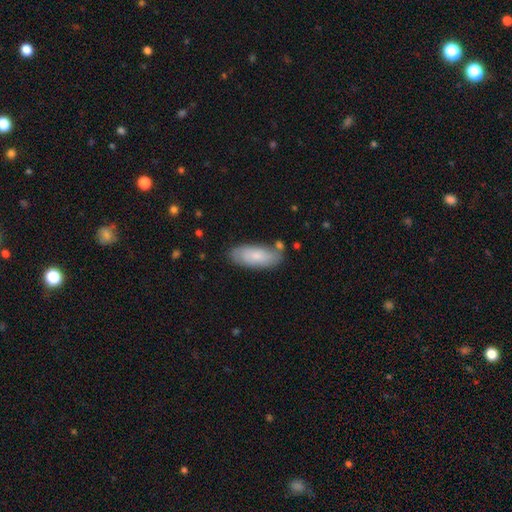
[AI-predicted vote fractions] Smooth or featured? smooth (71%)
How rounded? in between (81%)
Merging? none (73%)